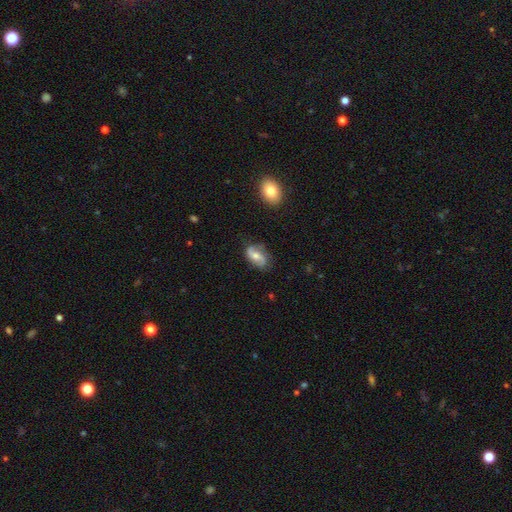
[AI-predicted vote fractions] Smooth or featured? featured or disk (62%)
Edge-on disk? no (96%)
Bar? no (52%)
Spiral arms? yes (90%)
Spiral winding? loose (52%)
Spiral arm count? 2 (87%)
Bulge size? moderate (56%)
Merging? none (71%)